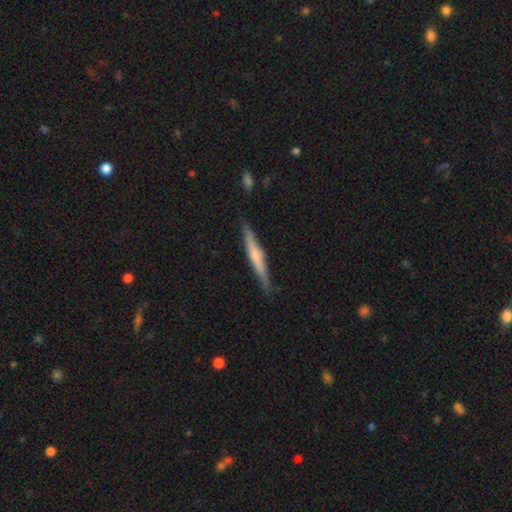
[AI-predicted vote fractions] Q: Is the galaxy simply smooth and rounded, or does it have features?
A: featured or disk — 49%.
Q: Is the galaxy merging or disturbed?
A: none — 86%.